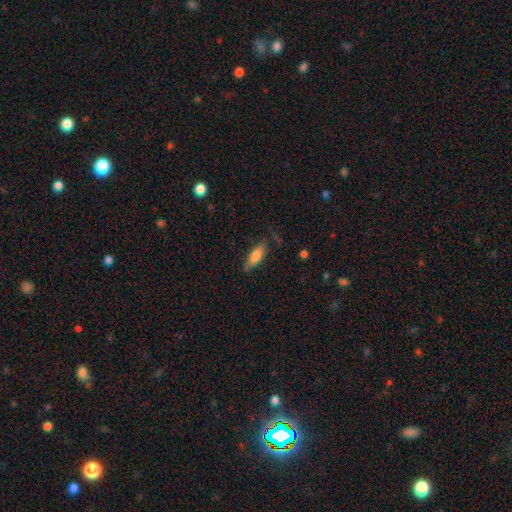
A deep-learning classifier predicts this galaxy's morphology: smooth 76%, featured or disk 18%, star or artifact 6%. Down the decision tree: how rounded — in between (57%); merging — none (73%).